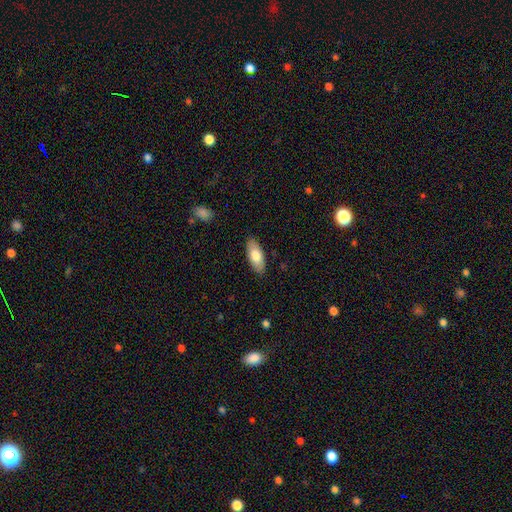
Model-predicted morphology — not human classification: Smooth or featured? Predicted: smooth (p=0.78). How rounded? Predicted: in between (p=0.86). Merging? Predicted: none (p=0.88).